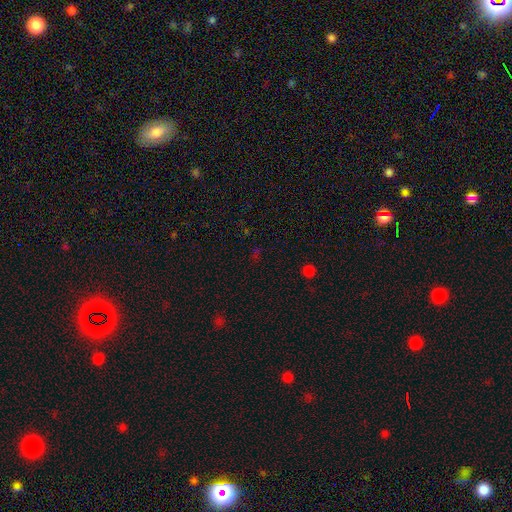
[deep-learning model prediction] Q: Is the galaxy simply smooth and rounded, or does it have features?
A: star or artifact — 61%.